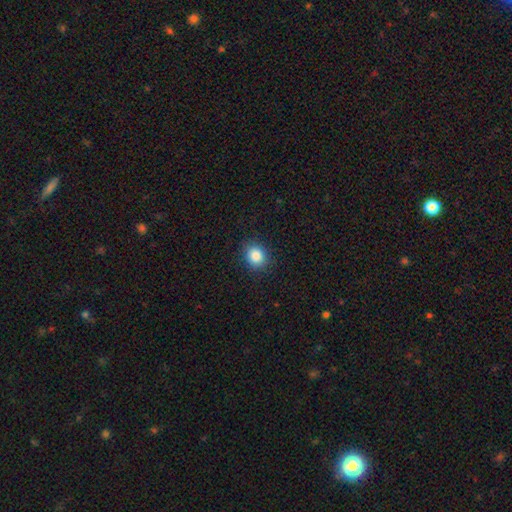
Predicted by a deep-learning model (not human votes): The model was most divided on "how rounded": round: 71%, in between: 28%, cigar-shaped: 1%. More confident: merging — none (88%); smooth or featured — smooth (86%).